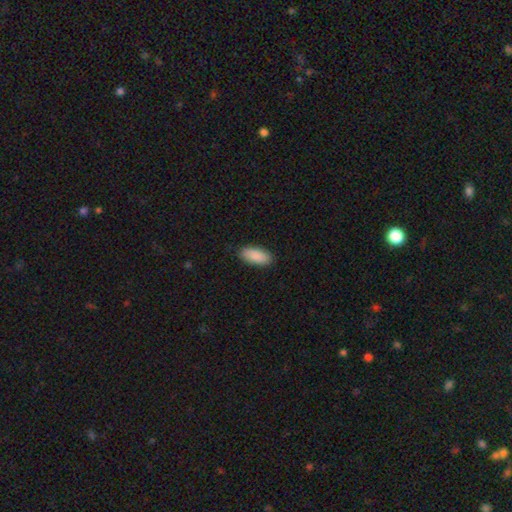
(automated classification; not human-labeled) The model was most divided on "how rounded": in between: 88%, cigar-shaped: 10%, round: 2%. More confident: smooth or featured — smooth (90%); merging — none (89%).